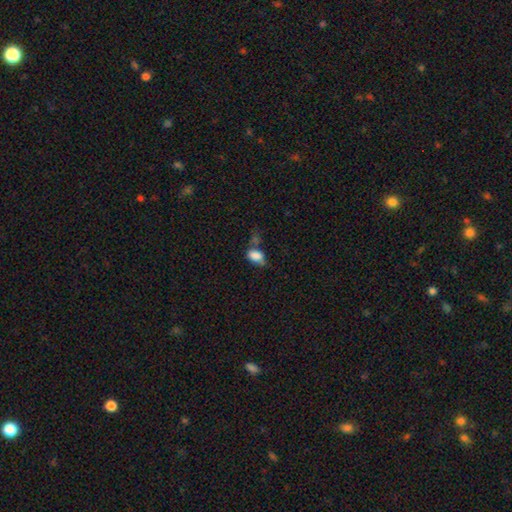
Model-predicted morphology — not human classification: Q: Smooth or featured?
A: smooth (80%); runner-up: star or artifact (10%)
Q: How rounded?
A: in between (86%); runner-up: round (12%)
Q: Merging?
A: none (31%); runner-up: merger (25%)